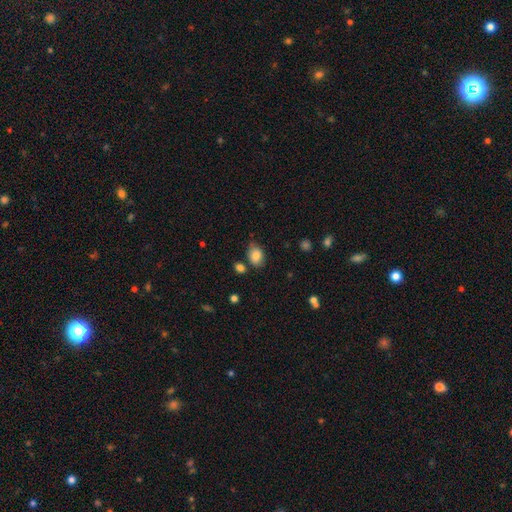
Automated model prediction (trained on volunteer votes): Smooth or featured? Predicted: smooth (p=0.84). How rounded? Predicted: in between (p=0.79). Merging? Predicted: none (p=0.68).